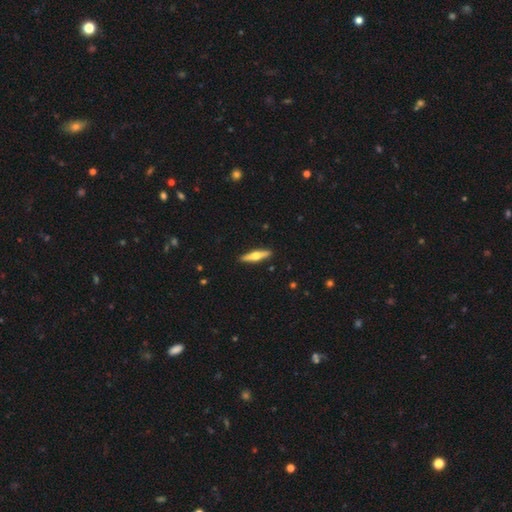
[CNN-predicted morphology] Smooth or featured? featured or disk (59%)
Edge-on disk? yes (96%)
Edge-on bulge? rounded (94%)
Merging? none (91%)